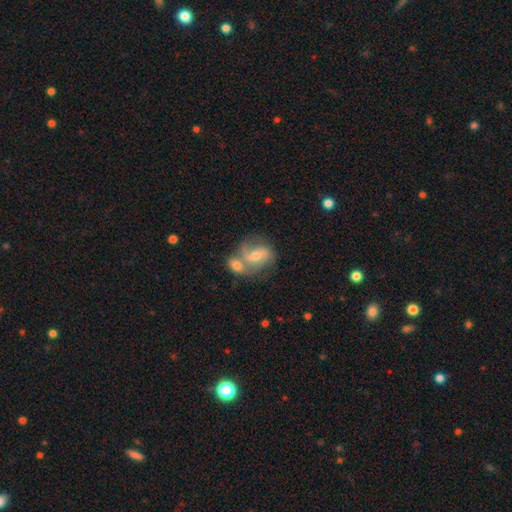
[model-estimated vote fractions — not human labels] Smooth or featured? Predicted: featured or disk (p=0.51). Edge-on disk? Predicted: no (p=0.95). Merging? Predicted: merger (p=0.50).